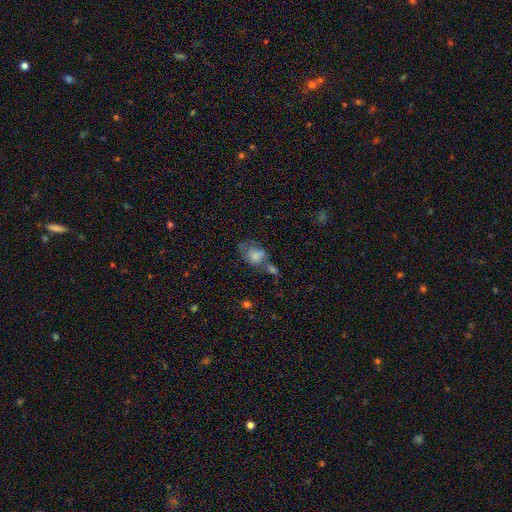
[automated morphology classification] This appears to be a smooth galaxy with no disk features (70%) that is in between round and cigar-shaped (68%). Merging: merger (33%).